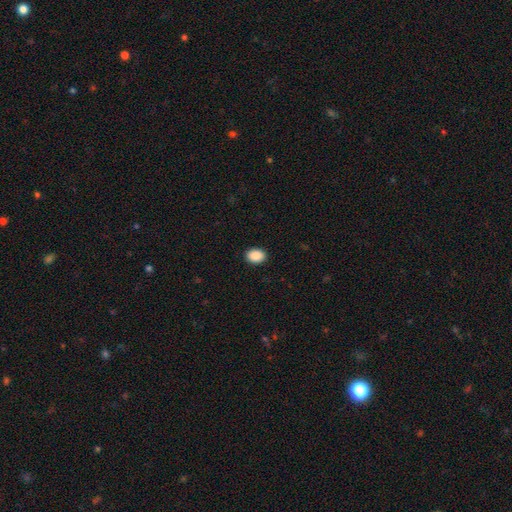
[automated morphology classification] Smooth or featured?
  - smooth: 90% *
  - star or artifact: 8%
  - featured or disk: 3%
How rounded?
  - in between: 72% *
  - round: 27%
  - cigar-shaped: 1%
Merging?
  - none: 91% *
  - minor disturbance: 6%
  - major disturbance: 2%
  - merger: 1%